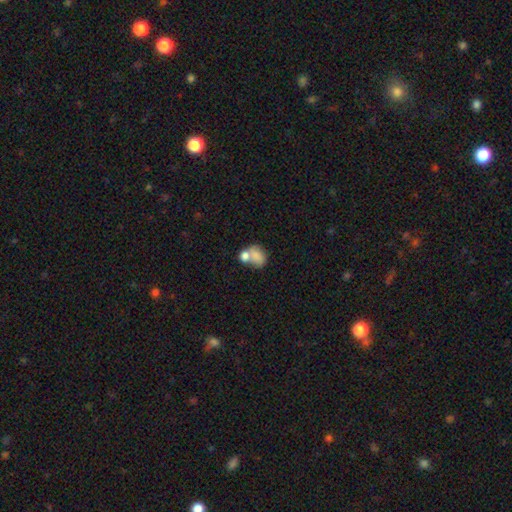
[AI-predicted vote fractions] This is likely a smooth galaxy (76%). How rounded: likely in between (60%). Merging: possibly merger (53%).